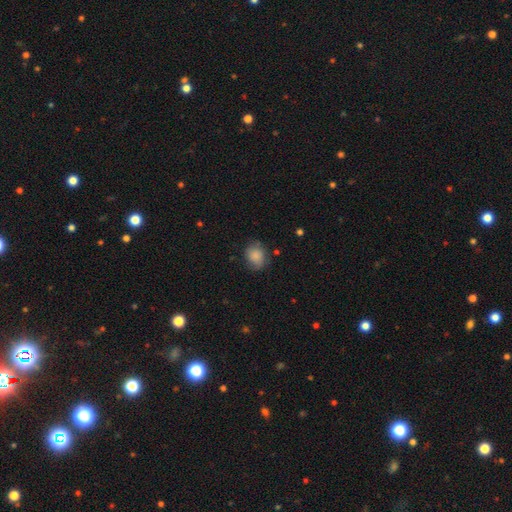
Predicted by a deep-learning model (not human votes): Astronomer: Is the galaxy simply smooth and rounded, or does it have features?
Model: smooth — 84%.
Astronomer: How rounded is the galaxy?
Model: round — 56% (runner-up: in between, 43%).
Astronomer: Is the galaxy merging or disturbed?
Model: none — 71%.